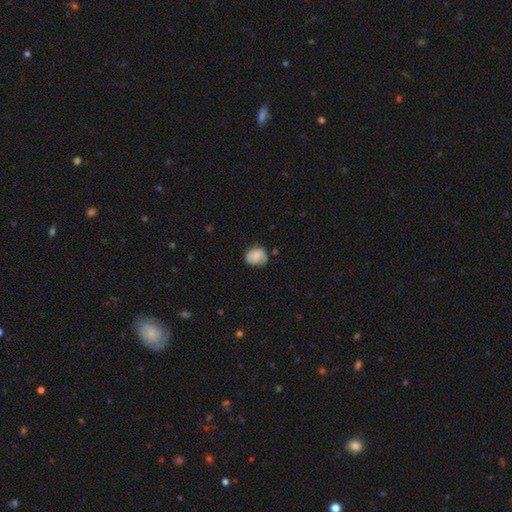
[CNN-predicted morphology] A smooth galaxy with no disk features (69%) that is round (51%). Merging: none (50%).